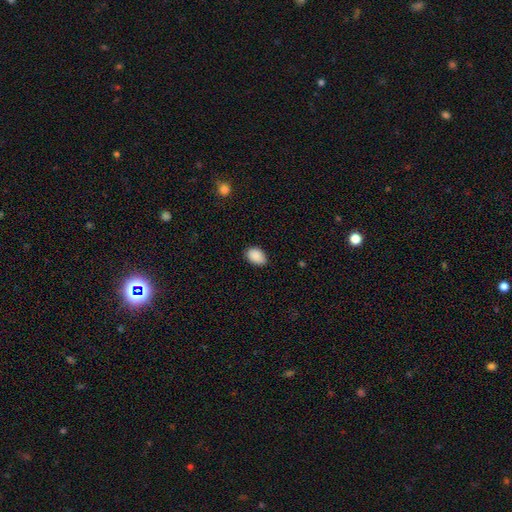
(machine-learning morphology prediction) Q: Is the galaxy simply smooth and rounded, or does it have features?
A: smooth — 90%.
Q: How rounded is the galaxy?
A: in between — 88%.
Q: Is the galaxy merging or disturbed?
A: none — 82%.